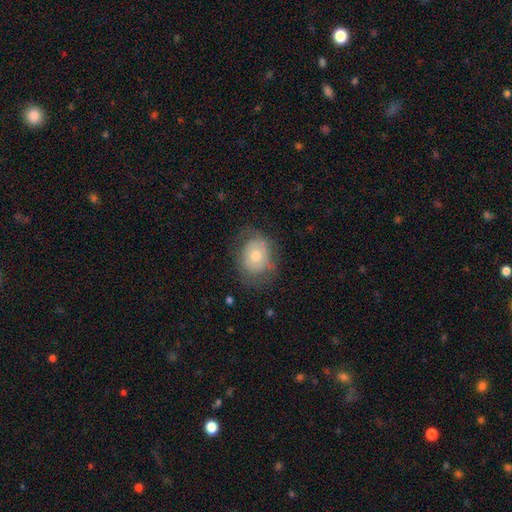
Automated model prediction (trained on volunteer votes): A smooth galaxy with no disk features (49%).

Vote fractions:
- Smooth or featured? smooth: 49% / featured or disk: 42% / star or artifact: 9%
- Merging? none: 59% / minor disturbance: 25% / major disturbance: 15% / merger: 1%